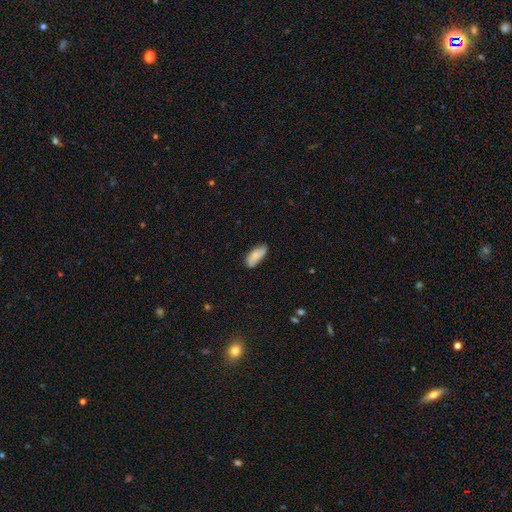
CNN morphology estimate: A smooth galaxy with no disk features (80%) that is in between round and cigar-shaped (82%).

Vote fractions:
- Smooth or featured? smooth: 80% / featured or disk: 14% / star or artifact: 7%
- How rounded? in between: 82% / cigar-shaped: 16% / round: 2%
- Merging? none: 74% / minor disturbance: 21% / major disturbance: 4% / merger: 2%